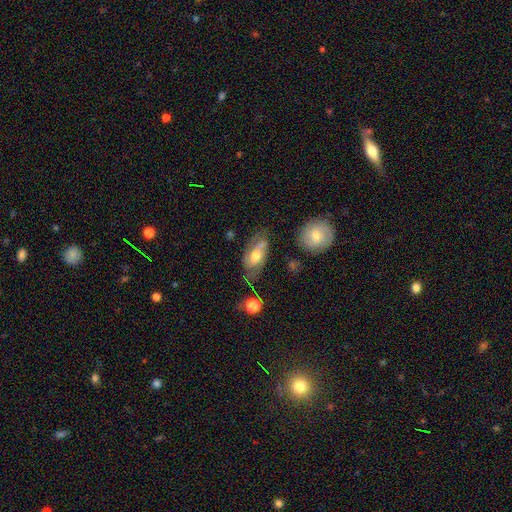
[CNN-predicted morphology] Overall: featured or disk (49%; smooth 44%). Merging: none (54%; minor disturbance 27%).